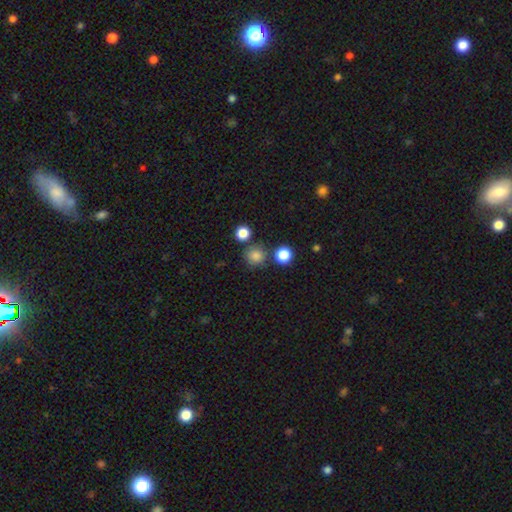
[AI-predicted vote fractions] smooth 82%, star or artifact 13%, featured or disk 5%. Down the decision tree: how rounded — round (91%); merging — none (76%).